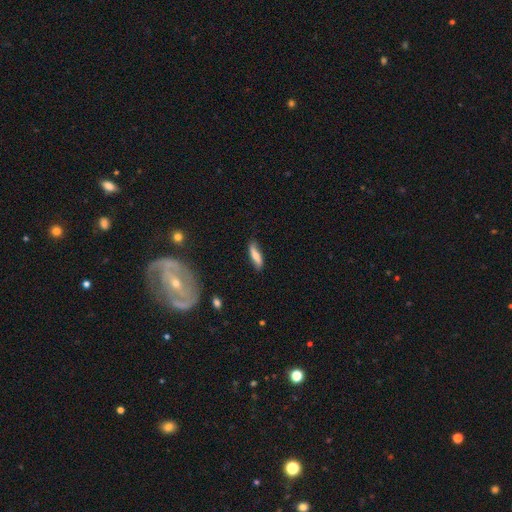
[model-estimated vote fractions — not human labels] A smooth galaxy with no disk features (63%) that is cigar-shaped (59%). Merging: none (74%).